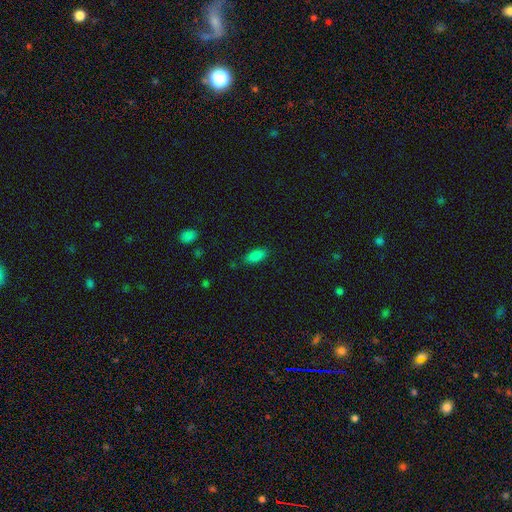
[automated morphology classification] smooth_or_featured: smooth (p=0.85) [alt: star or artifact p=0.10]
how_rounded: in between (p=0.85) [alt: cigar-shaped p=0.12]
merging: none (p=0.82) [alt: minor disturbance p=0.13]